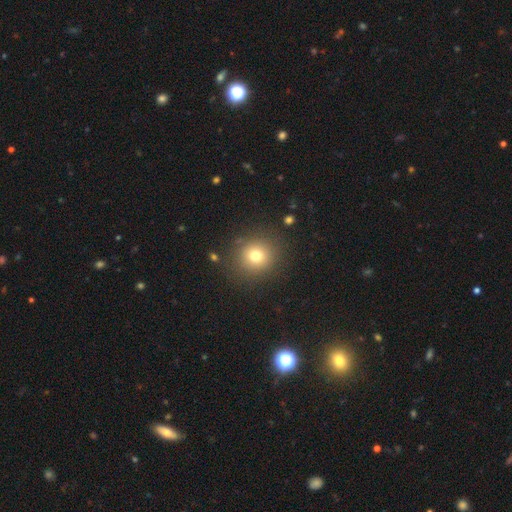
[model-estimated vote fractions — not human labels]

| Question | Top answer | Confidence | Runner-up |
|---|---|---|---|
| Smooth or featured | smooth | 76% | star or artifact (15%) |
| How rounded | round | 89% | in between (10%) |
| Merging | none | 87% | minor disturbance (8%) |